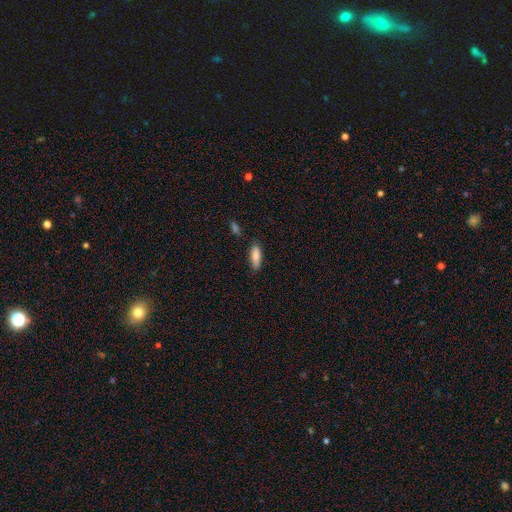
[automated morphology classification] Smooth or featured? smooth (82%)
How rounded? in between (61%)
Merging? none (79%)